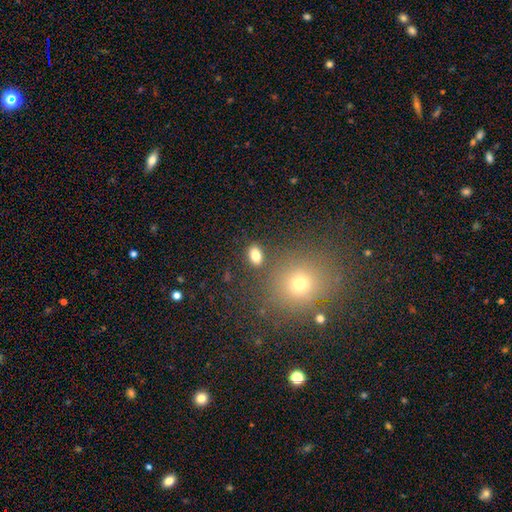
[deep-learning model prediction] Smooth or featured? smooth (82%)
How rounded? in between (80%)
Merging? none (80%)